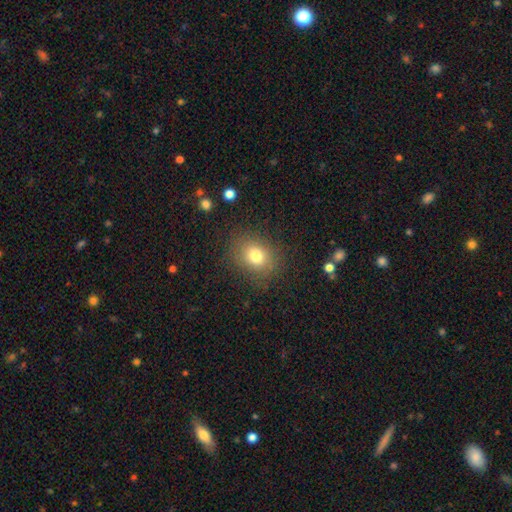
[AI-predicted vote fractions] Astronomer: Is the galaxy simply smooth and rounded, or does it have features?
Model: smooth — 77%.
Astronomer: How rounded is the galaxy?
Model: round — 57% (runner-up: in between, 42%).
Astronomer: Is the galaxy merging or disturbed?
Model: none — 83%.